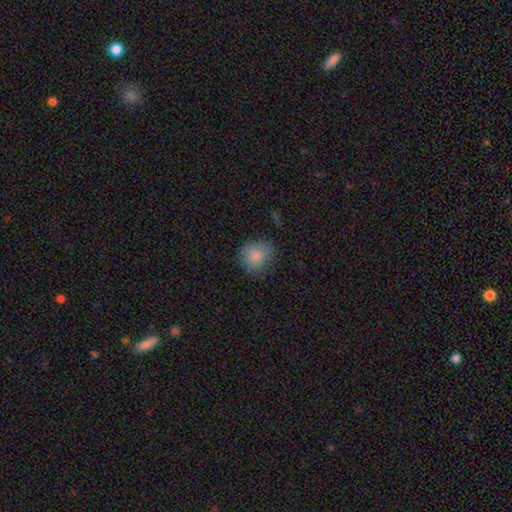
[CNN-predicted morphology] The model was most divided on "merging": none: 71%, minor disturbance: 21%, major disturbance: 6%, merger: 2%. More confident: smooth or featured — smooth (86%); how rounded — round (78%).